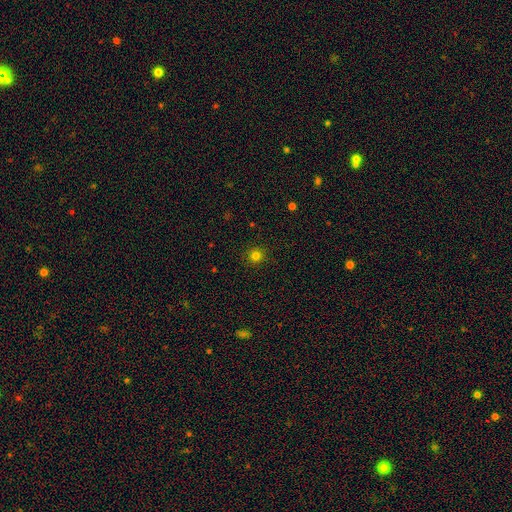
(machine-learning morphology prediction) A smooth galaxy with no disk features (79%) that is round (94%). Merging: none (91%).